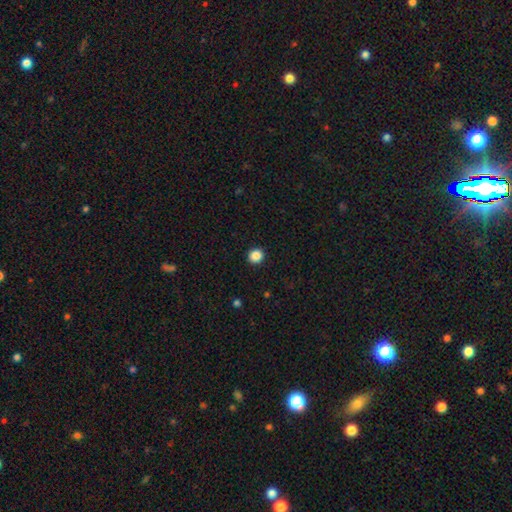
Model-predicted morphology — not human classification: smooth_or_featured: smooth (p=0.88) [alt: star or artifact p=0.10]
how_rounded: round (p=0.91) [alt: in between p=0.09]
merging: none (p=0.93) [alt: minor disturbance p=0.05]